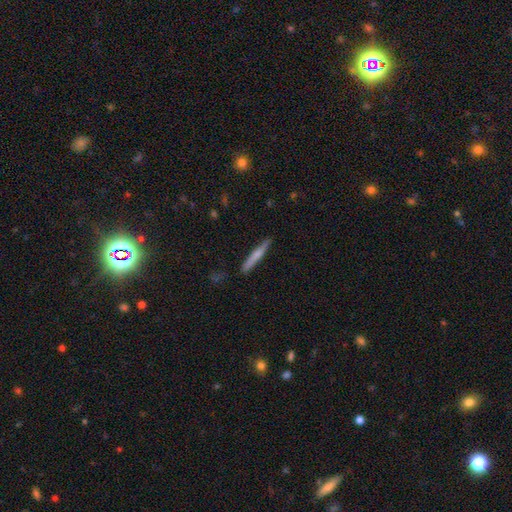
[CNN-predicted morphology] This is possibly a smooth galaxy (59%). How rounded: clearly cigar-shaped (95%). Merging: clearly none (88%).